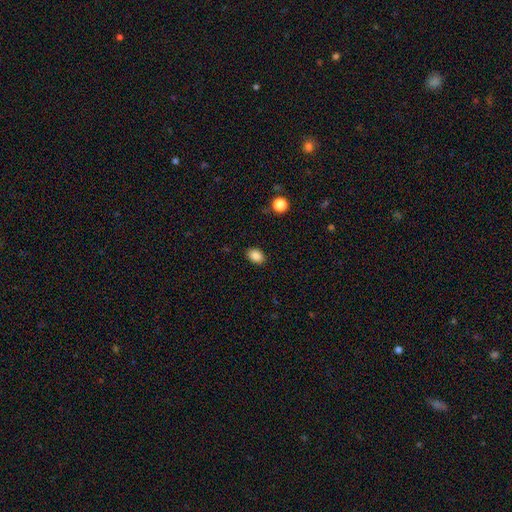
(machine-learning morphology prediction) smooth_or_featured: smooth (p=0.86) [alt: star or artifact p=0.10]
how_rounded: in between (p=0.74) [alt: round p=0.25]
merging: none (p=0.88) [alt: minor disturbance p=0.08]